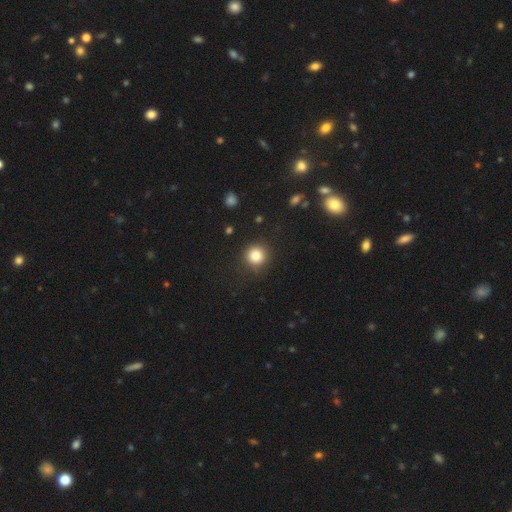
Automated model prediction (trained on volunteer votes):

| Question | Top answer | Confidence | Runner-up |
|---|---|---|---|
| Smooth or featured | smooth | 85% | star or artifact (11%) |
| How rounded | round | 93% | in between (6%) |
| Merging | none | 86% | minor disturbance (9%) |